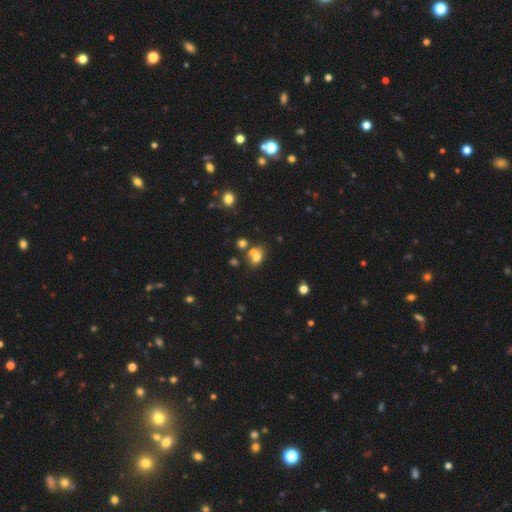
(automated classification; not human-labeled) Smooth or featured? smooth (66%)
How rounded? in between (62%)
Merging? merger (46%)